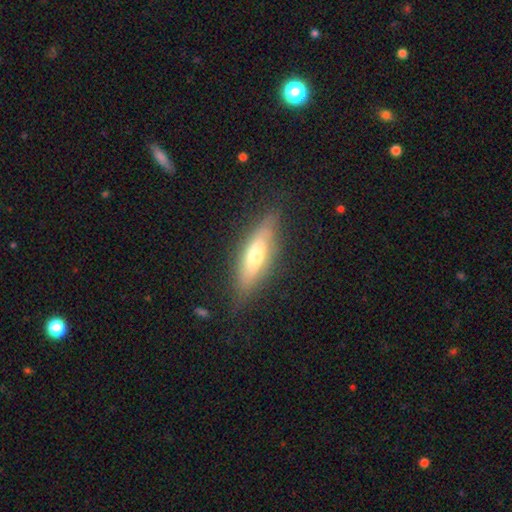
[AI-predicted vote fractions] Q: Smooth or featured?
A: smooth (51%); runner-up: featured or disk (42%)
Q: How rounded?
A: cigar-shaped (58%); runner-up: in between (40%)
Q: Merging?
A: none (79%); runner-up: minor disturbance (16%)